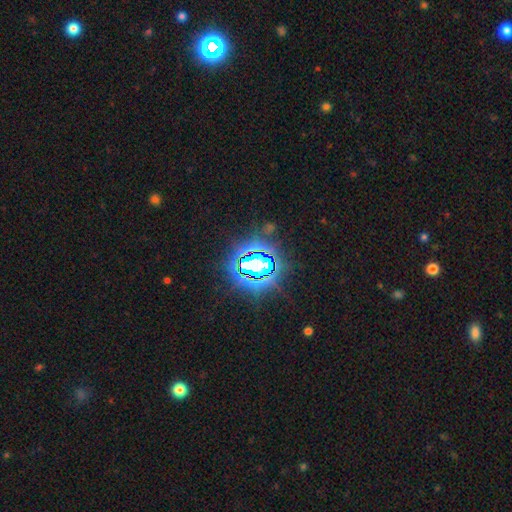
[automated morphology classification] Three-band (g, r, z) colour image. It shows a star or artifact, not a galaxy (80%).